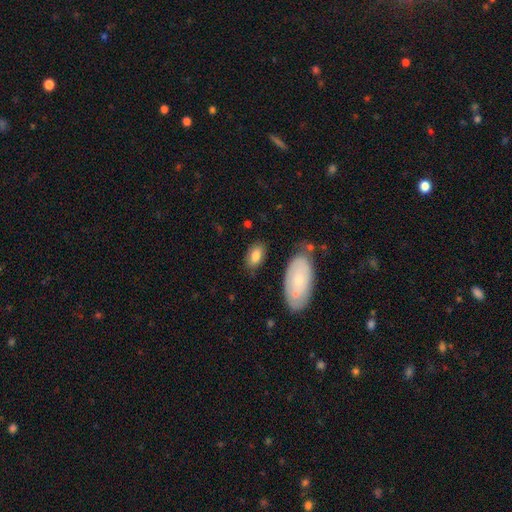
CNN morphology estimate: A smooth galaxy with no disk features (79%) that is in between round and cigar-shaped (91%).

Vote fractions:
- Smooth or featured? smooth: 79% / featured or disk: 14% / star or artifact: 7%
- How rounded? in between: 91% / round: 7% / cigar-shaped: 2%
- Merging? none: 77% / minor disturbance: 14% / merger: 5% / major disturbance: 4%